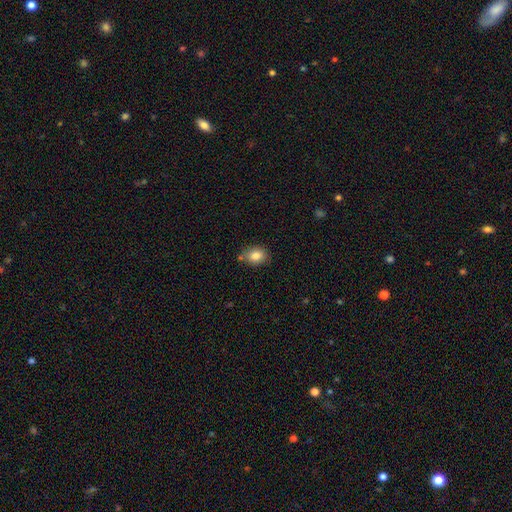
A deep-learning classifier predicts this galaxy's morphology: Smooth or featured? smooth (83%)
How rounded? in between (58%)
Merging? none (74%)